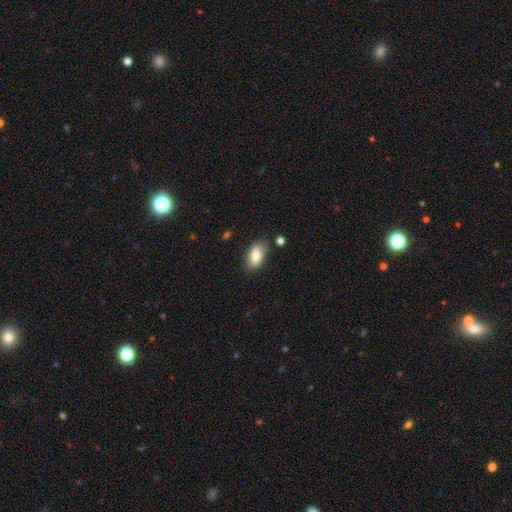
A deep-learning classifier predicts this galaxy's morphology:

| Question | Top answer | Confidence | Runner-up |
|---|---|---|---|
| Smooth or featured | smooth | 83% | featured or disk (10%) |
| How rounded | in between | 92% | round (5%) |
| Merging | none | 80% | minor disturbance (14%) |